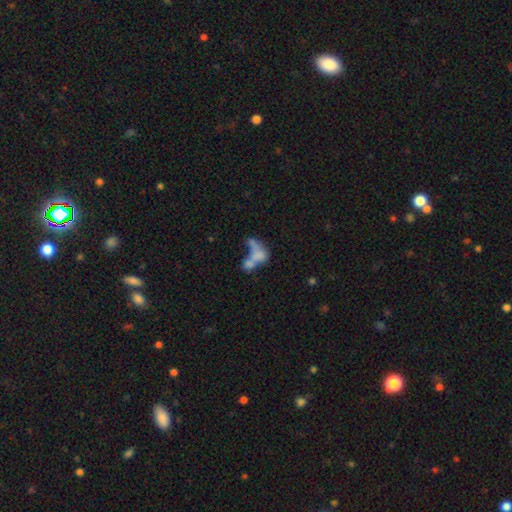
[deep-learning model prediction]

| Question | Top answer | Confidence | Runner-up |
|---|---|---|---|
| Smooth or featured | smooth | 54% | featured or disk (33%) |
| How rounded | in between | 78% | round (13%) |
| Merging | merger | 60% | major disturbance (18%) |